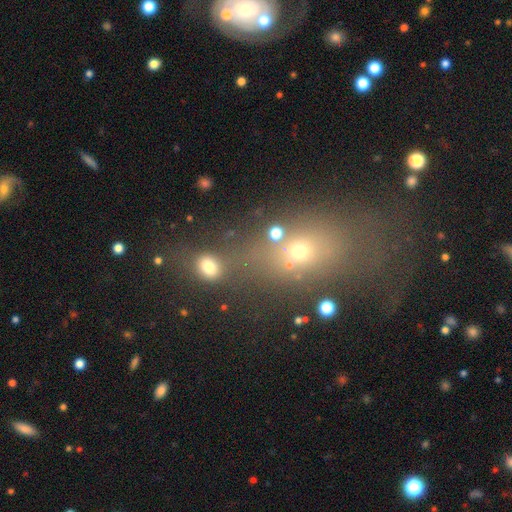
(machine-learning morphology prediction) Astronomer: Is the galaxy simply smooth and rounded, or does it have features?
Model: smooth — 45% (runner-up: star or artifact, 35%).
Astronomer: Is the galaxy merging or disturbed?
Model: none — 45% (runner-up: merger, 32%).